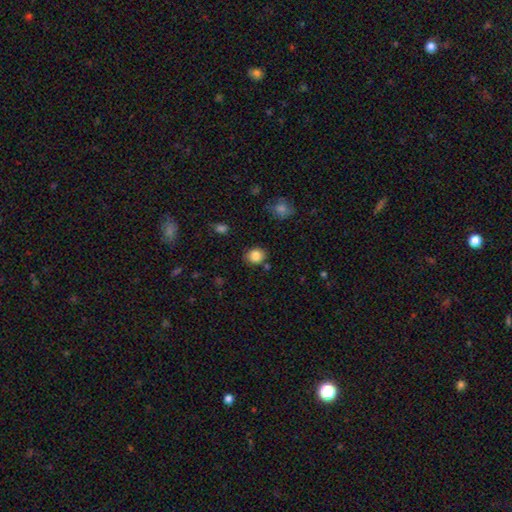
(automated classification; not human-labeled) smooth 85%, star or artifact 10%, featured or disk 6%. Down the decision tree: how rounded — round (69%); merging — none (82%).